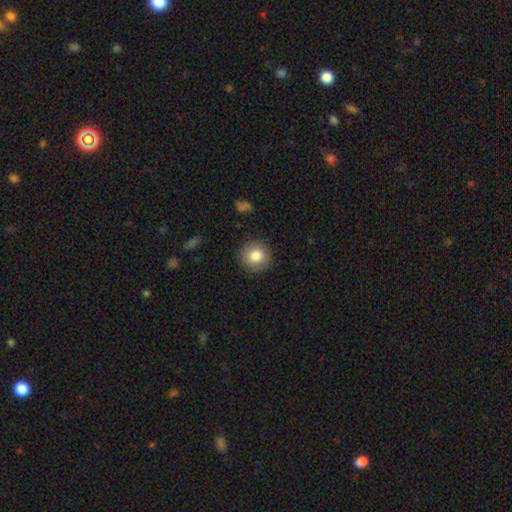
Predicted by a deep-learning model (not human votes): Smooth or featured?
  - smooth: 83% *
  - star or artifact: 9%
  - featured or disk: 8%
How rounded?
  - round: 91% *
  - in between: 8%
  - cigar-shaped: 1%
Merging?
  - none: 88% *
  - minor disturbance: 8%
  - major disturbance: 2%
  - merger: 1%